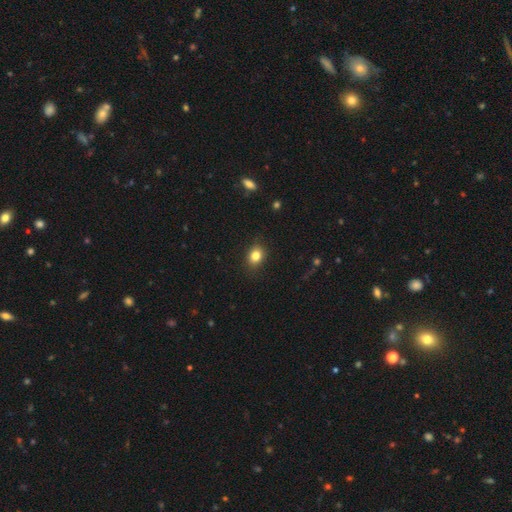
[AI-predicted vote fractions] A smooth galaxy with no disk features (82%) that is in between round and cigar-shaped (52%).

Vote fractions:
- Smooth or featured? smooth: 82% / star or artifact: 11% / featured or disk: 7%
- How rounded? in between: 52% / round: 47% / cigar-shaped: 1%
- Merging? none: 85% / minor disturbance: 11% / major disturbance: 3% / merger: 1%